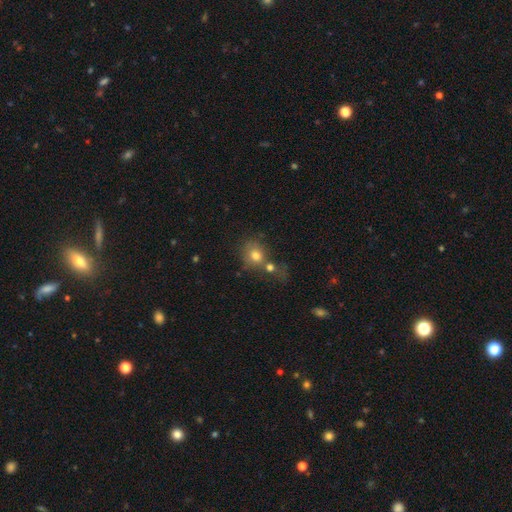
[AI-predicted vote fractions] Q: Smooth or featured?
A: smooth (75%); runner-up: featured or disk (13%)
Q: How rounded?
A: round (71%); runner-up: in between (28%)
Q: Merging?
A: merger (41%); runner-up: none (40%)